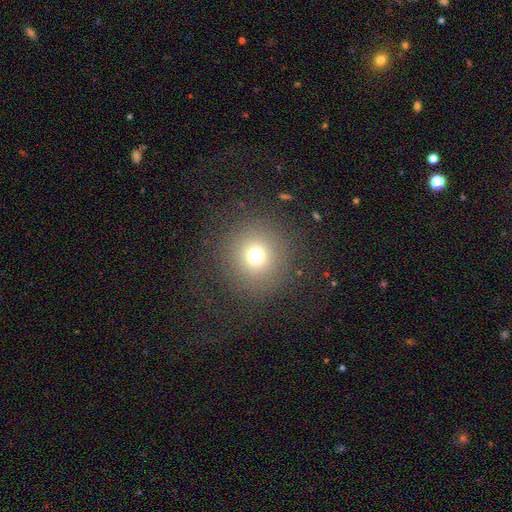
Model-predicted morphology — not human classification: Smooth or featured? Predicted: smooth (p=0.70). How rounded? Predicted: round (p=0.95). Merging? Predicted: none (p=0.86).